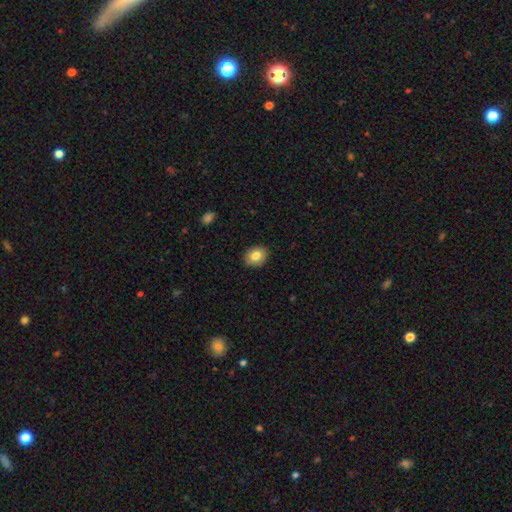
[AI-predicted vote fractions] A smooth galaxy with no disk features (82%) that is in between round and cigar-shaped (60%). Merging: none (89%).